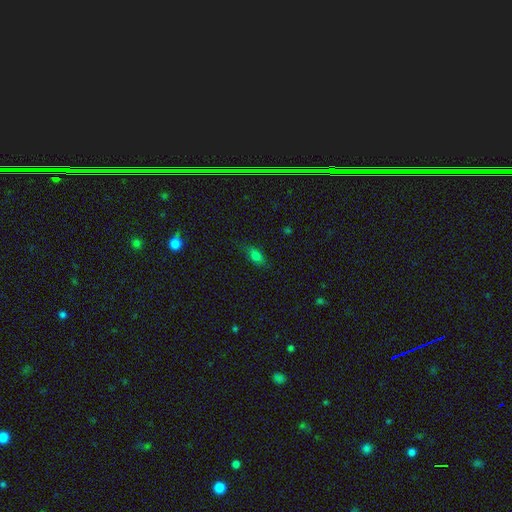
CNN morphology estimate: Smooth or featured: smooth — 72% (star or artifact — 14%)
How rounded: in between — 79% (cigar-shaped — 13%)
Merging: none — 79% (minor disturbance — 16%)